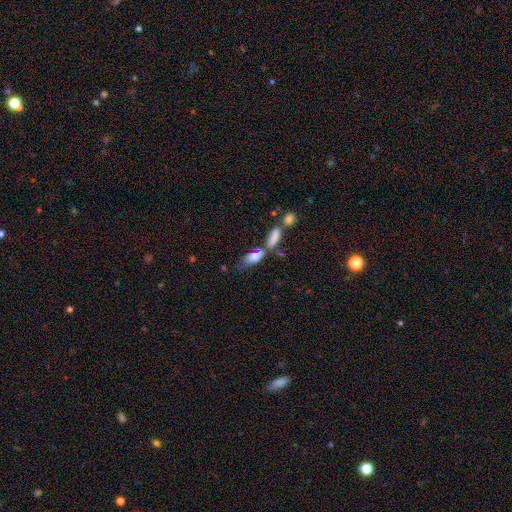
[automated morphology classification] A smooth galaxy with no disk features (74%) that is in between round and cigar-shaped (78%).

Vote fractions:
- Smooth or featured? smooth: 74% / featured or disk: 17% / star or artifact: 9%
- How rounded? in between: 78% / cigar-shaped: 19% / round: 3%
- Merging? merger: 56% / none: 24% / minor disturbance: 12% / major disturbance: 8%